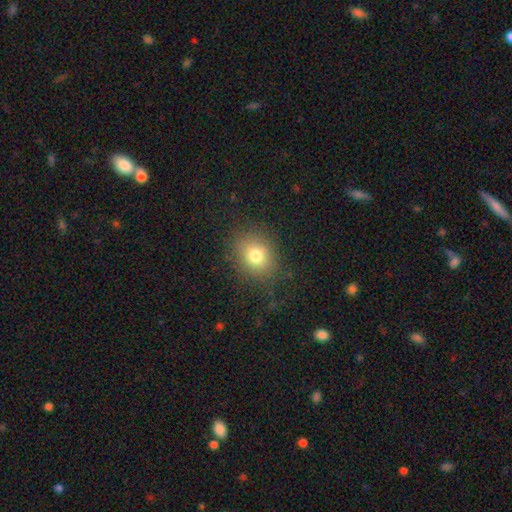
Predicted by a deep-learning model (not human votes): smooth 78%, star or artifact 12%, featured or disk 10%. Down the decision tree: how rounded — round (55%); merging — none (84%).